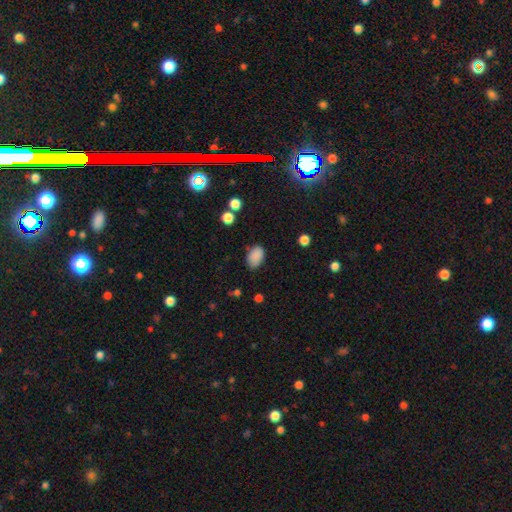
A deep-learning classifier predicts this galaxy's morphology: Smooth or featured: smooth — 87% (star or artifact — 9%)
How rounded: in between — 89% (round — 9%)
Merging: none — 74% (minor disturbance — 20%)